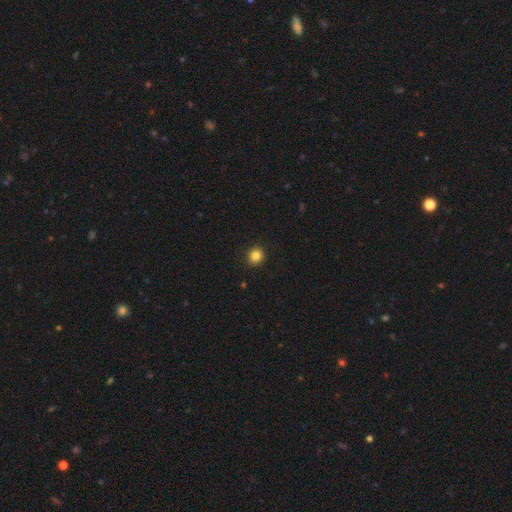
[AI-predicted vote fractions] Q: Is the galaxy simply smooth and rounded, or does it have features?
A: smooth — 84%.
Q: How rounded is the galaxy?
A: round — 87%.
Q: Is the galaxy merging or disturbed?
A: none — 91%.